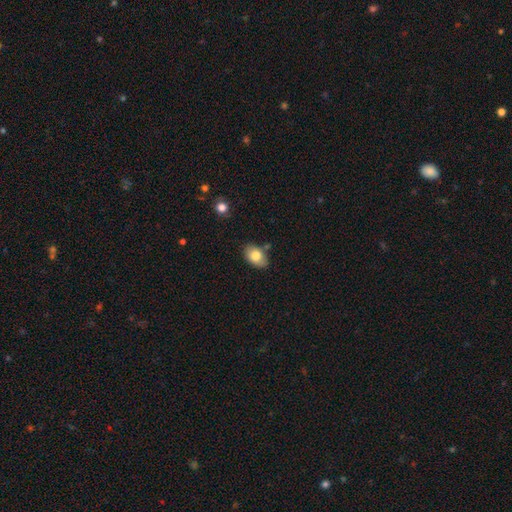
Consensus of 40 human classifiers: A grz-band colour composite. It shows a smooth galaxy with no disk features (75%) that is in between round and cigar-shaped (90%). Merging: none (61%).